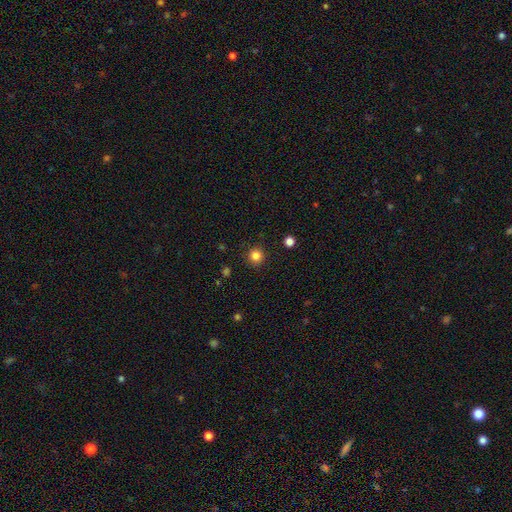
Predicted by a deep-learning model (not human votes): Smooth or featured? smooth (83%)
How rounded? round (94%)
Merging? none (91%)